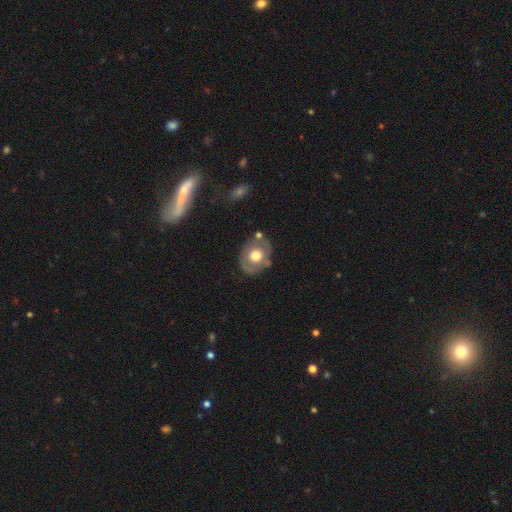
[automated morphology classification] smooth 53%, featured or disk 40%, star or artifact 7%. Down the decision tree: how rounded — in between (53%); merging — none (70%).